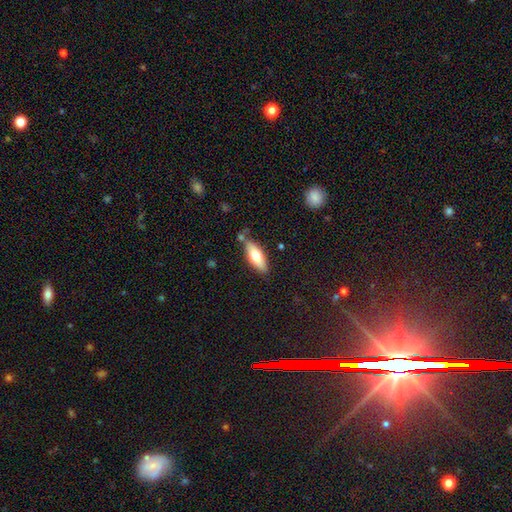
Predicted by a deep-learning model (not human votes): Q: Smooth or featured?
A: smooth (68%); runner-up: featured or disk (26%)
Q: How rounded?
A: in between (66%); runner-up: cigar-shaped (32%)
Q: Merging?
A: none (72%); runner-up: minor disturbance (17%)